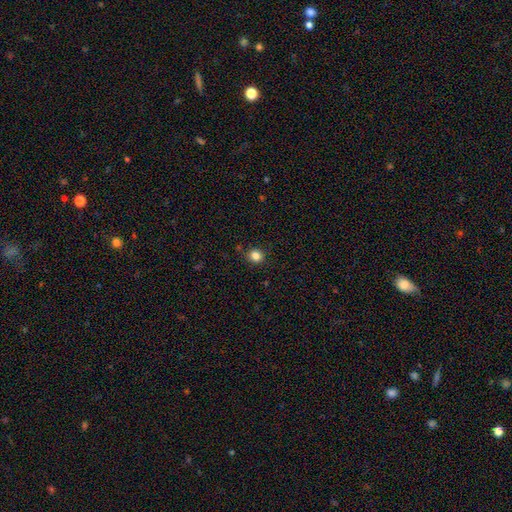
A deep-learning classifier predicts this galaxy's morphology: smooth_or_featured: smooth (p=0.84) [alt: star or artifact p=0.12]
how_rounded: round (p=0.86) [alt: in between p=0.13]
merging: none (p=0.88) [alt: minor disturbance p=0.08]